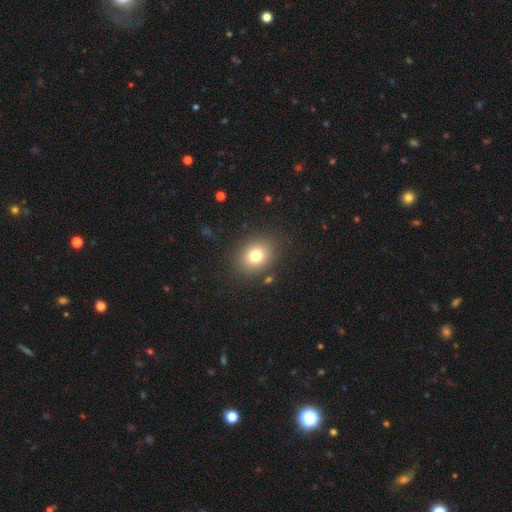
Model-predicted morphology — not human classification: Smooth or featured?
  - smooth: 78% *
  - star or artifact: 12%
  - featured or disk: 10%
How rounded?
  - round: 53% *
  - in between: 46%
  - cigar-shaped: 1%
Merging?
  - none: 86% *
  - minor disturbance: 9%
  - major disturbance: 4%
  - merger: 2%